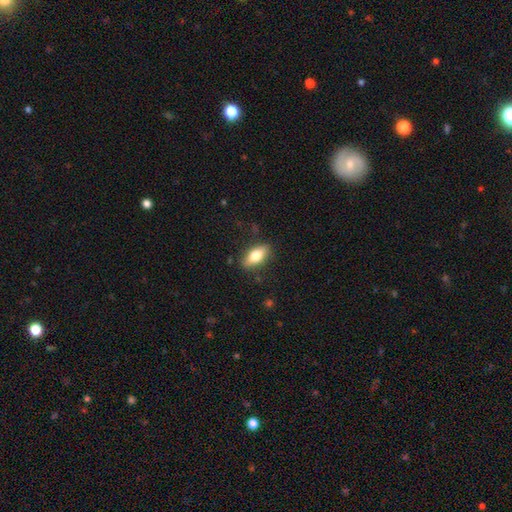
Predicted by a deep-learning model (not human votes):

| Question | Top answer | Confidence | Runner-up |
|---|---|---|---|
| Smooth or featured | smooth | 70% | featured or disk (23%) |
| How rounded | in between | 80% | cigar-shaped (15%) |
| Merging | none | 85% | minor disturbance (11%) |